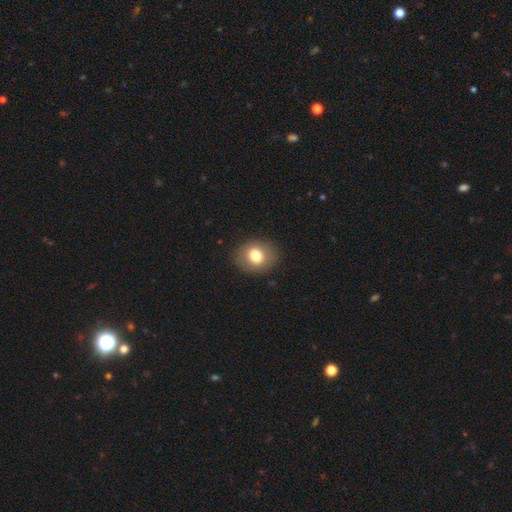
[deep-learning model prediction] Q: Smooth or featured?
A: smooth (76%); runner-up: featured or disk (14%)
Q: How rounded?
A: round (66%); runner-up: in between (33%)
Q: Merging?
A: none (88%); runner-up: minor disturbance (8%)